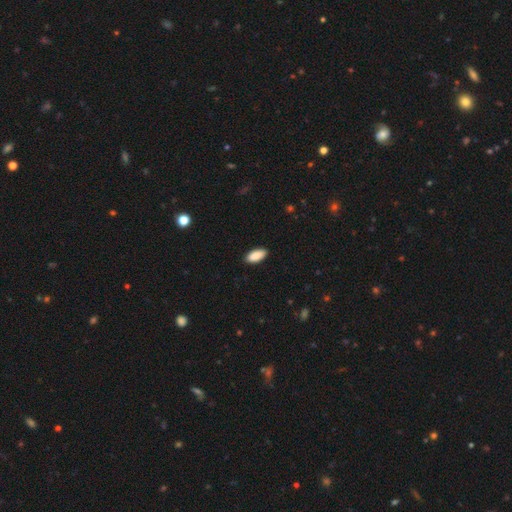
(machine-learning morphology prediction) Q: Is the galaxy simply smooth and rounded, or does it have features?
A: smooth — 90%.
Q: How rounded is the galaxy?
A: in between — 89%.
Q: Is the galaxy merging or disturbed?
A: none — 89%.